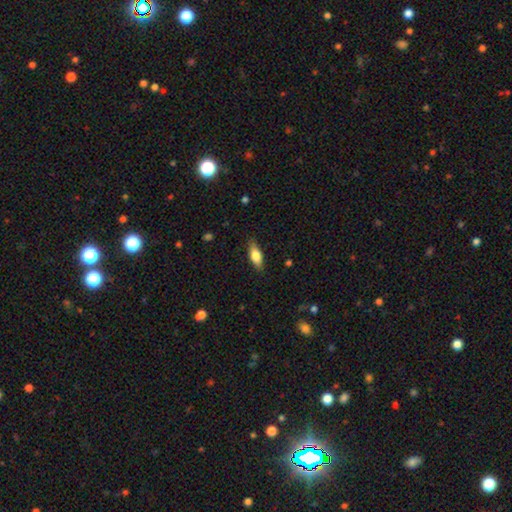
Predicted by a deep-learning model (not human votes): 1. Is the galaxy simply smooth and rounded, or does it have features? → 72% smooth, 22% featured or disk, 6% star or artifact.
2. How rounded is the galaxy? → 72% in between, 25% cigar-shaped, 3% round.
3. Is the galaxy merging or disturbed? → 85% none, 11% minor disturbance, 2% major disturbance, 1% merger.